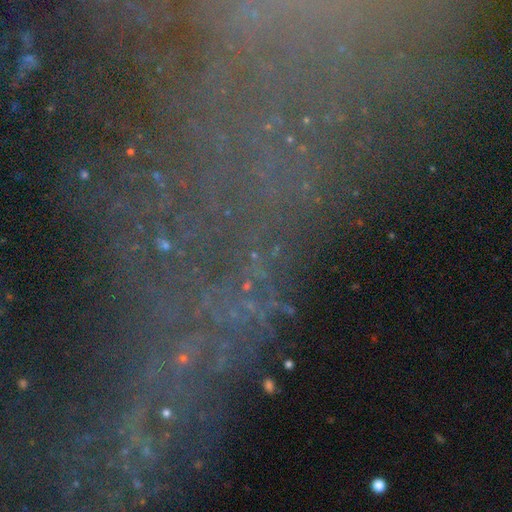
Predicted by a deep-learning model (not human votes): The model was most divided on "smooth or featured": star or artifact: 72%, featured or disk: 16%, smooth: 12%.